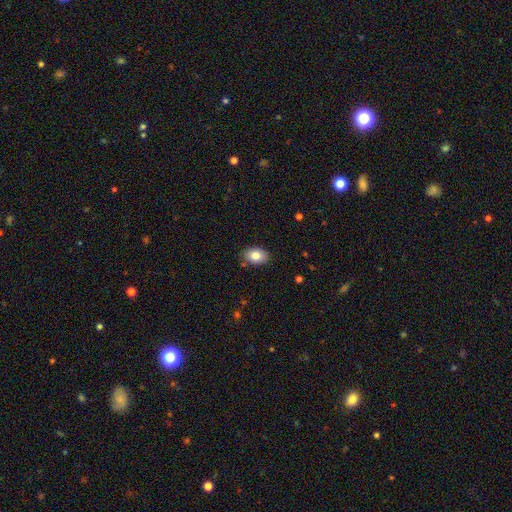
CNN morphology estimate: Q: Smooth or featured?
A: smooth (82%); runner-up: featured or disk (10%)
Q: How rounded?
A: in between (83%); runner-up: round (16%)
Q: Merging?
A: none (84%); runner-up: minor disturbance (12%)